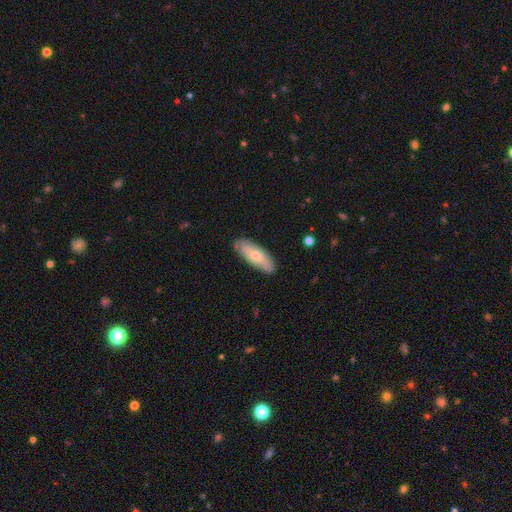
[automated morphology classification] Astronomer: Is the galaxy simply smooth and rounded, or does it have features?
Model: smooth — 62%.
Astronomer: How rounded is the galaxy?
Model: in between — 70%.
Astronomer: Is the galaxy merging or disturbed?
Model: none — 84%.